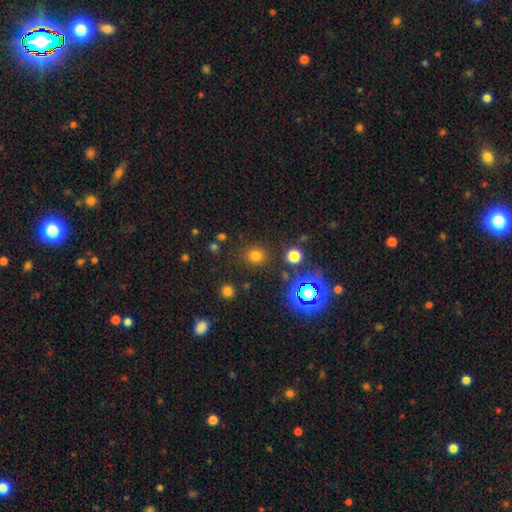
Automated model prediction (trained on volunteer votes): Q: Smooth or featured?
A: smooth (72%); runner-up: star or artifact (22%)
Q: How rounded?
A: round (82%); runner-up: in between (17%)
Q: Merging?
A: none (85%); runner-up: minor disturbance (8%)